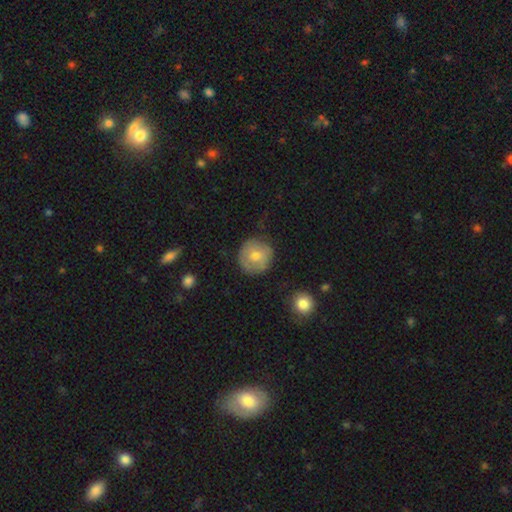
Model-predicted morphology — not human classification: smooth-or-featured: smooth: 67% | featured or disk: 26% | star or artifact: 8%
  how-rounded: round: 92% | in between: 7% | cigar-shaped: 1%
  merging: none: 78% | minor disturbance: 17% | major disturbance: 4% | merger: 2%